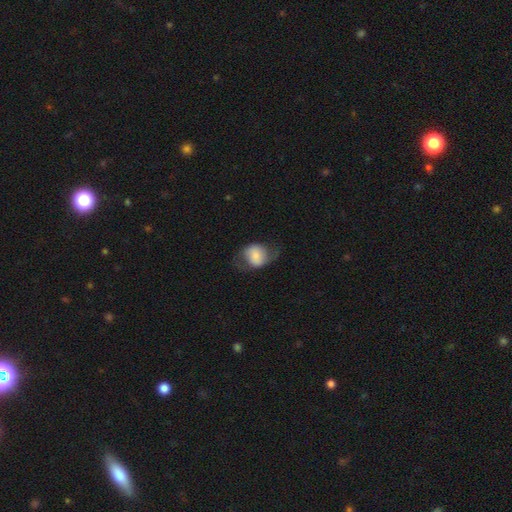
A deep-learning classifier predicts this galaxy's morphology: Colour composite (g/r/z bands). It shows a smooth galaxy with no disk features (57%) that is round (51%). Merging: none (56%).